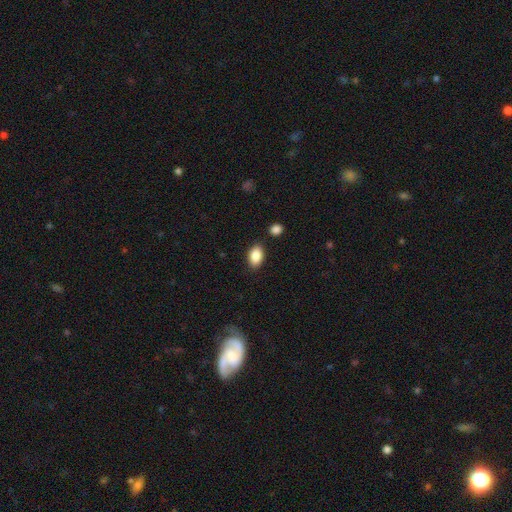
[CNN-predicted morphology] Smooth or featured? smooth (88%)
How rounded? in between (91%)
Merging? none (84%)